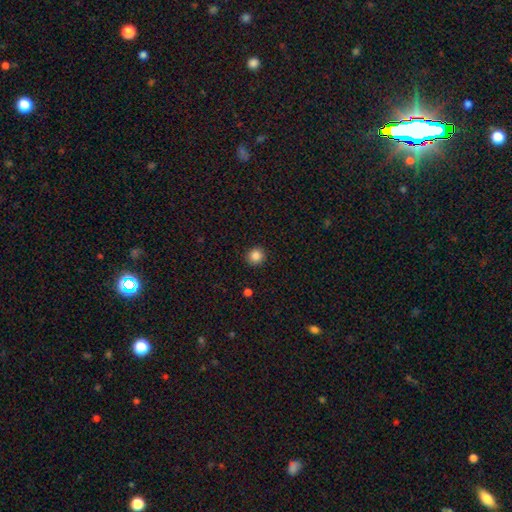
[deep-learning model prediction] Smooth or featured?
  - smooth: 86% *
  - star or artifact: 10%
  - featured or disk: 4%
How rounded?
  - round: 92% *
  - in between: 7%
  - cigar-shaped: 1%
Merging?
  - none: 92% *
  - minor disturbance: 5%
  - major disturbance: 2%
  - merger: 1%